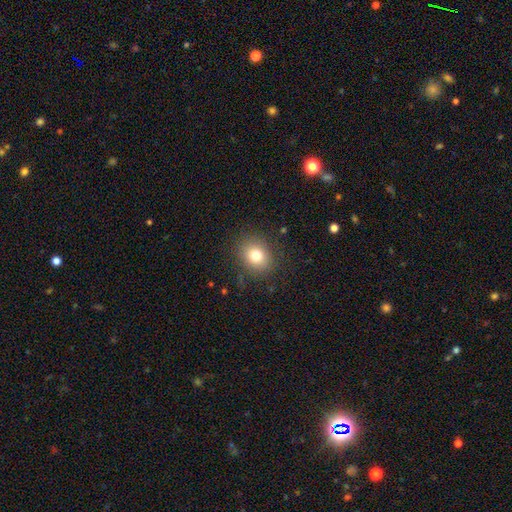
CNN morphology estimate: smooth_or_featured: smooth (p=0.77) [alt: star or artifact p=0.13]
how_rounded: round (p=0.65) [alt: in between p=0.34]
merging: none (p=0.86) [alt: minor disturbance p=0.10]